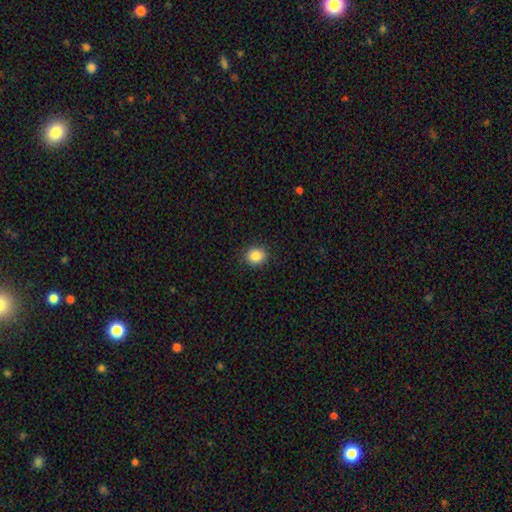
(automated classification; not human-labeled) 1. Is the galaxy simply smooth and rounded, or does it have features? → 86% smooth, 9% star or artifact, 4% featured or disk.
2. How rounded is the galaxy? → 70% round, 29% in between, 1% cigar-shaped.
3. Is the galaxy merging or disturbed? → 90% none, 7% minor disturbance, 2% major disturbance, 1% merger.